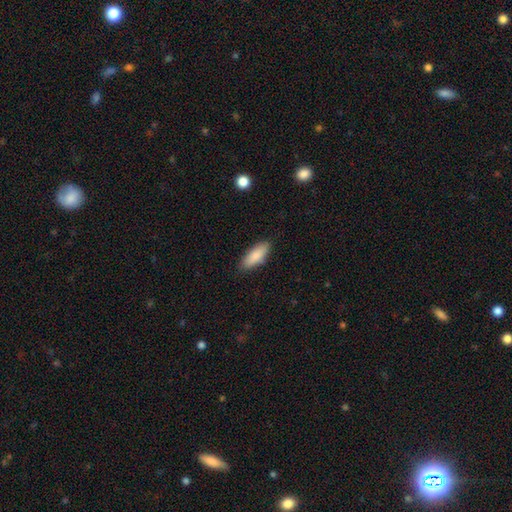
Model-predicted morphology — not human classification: This appears to be a smooth galaxy with no disk features (86%) that is in between round and cigar-shaped (68%). Merging: none (86%).